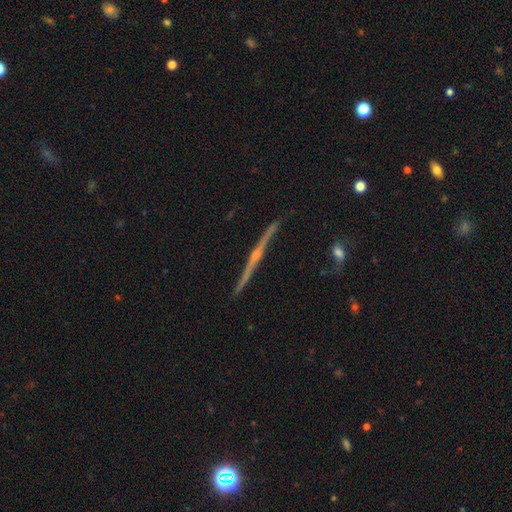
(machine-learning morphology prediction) smooth-or-featured: featured or disk: 86% | smooth: 8% | star or artifact: 6%
  disk-edge-on: yes: 98% | no: 2%
    edge-on-bulge: rounded: 81% | none: 14% | boxy: 5%
  merging: none: 86% | minor disturbance: 10% | major disturbance: 2% | merger: 2%